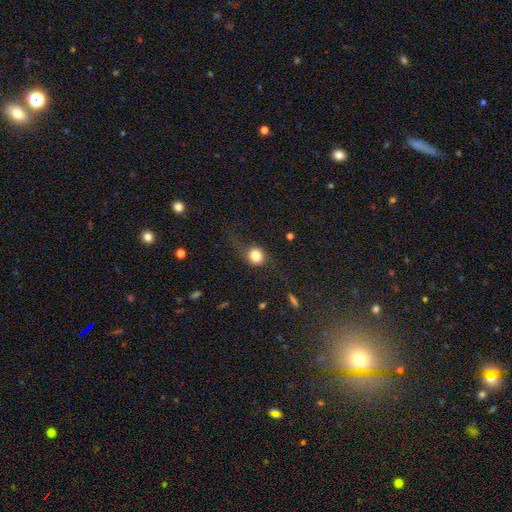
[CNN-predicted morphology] Smooth or featured?
  - smooth: 79% *
  - star or artifact: 10%
  - featured or disk: 10%
How rounded?
  - round: 81% *
  - in between: 18%
  - cigar-shaped: 1%
Merging?
  - none: 64% *
  - minor disturbance: 18%
  - major disturbance: 15%
  - merger: 2%